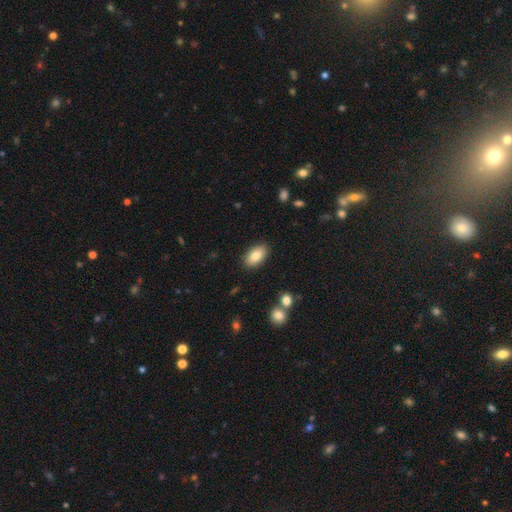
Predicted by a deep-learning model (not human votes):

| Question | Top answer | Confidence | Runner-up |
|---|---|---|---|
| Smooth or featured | smooth | 82% | featured or disk (11%) |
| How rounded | in between | 93% | round (4%) |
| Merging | none | 88% | minor disturbance (8%) |